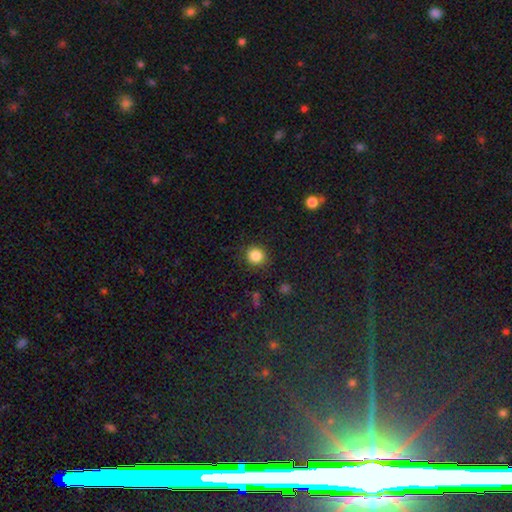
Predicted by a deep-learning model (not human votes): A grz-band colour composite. It shows a smooth galaxy with no disk features (85%) that is round (90%). Merging: none (88%).